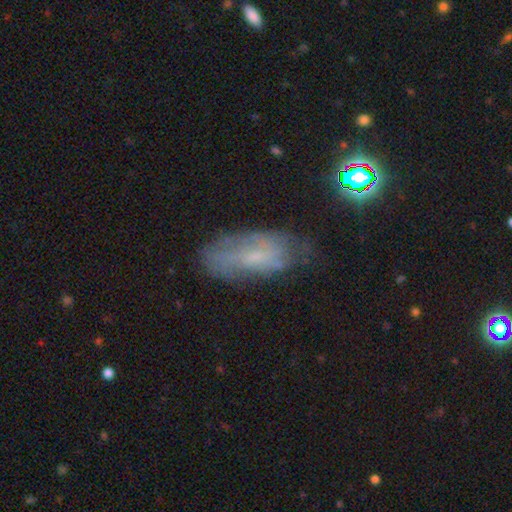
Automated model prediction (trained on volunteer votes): Q: Smooth or featured?
A: featured or disk (44%); runner-up: smooth (43%)
Q: Merging?
A: none (60%); runner-up: minor disturbance (27%)